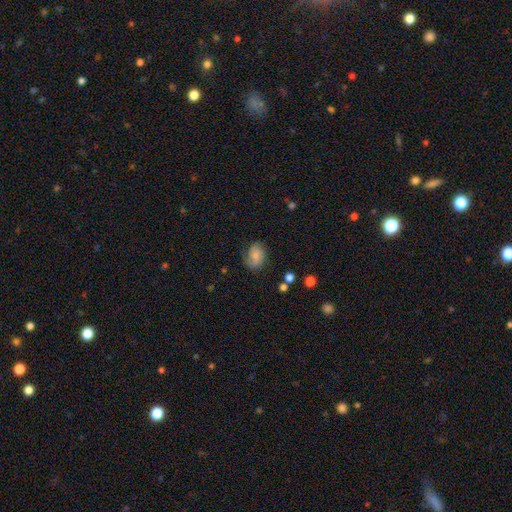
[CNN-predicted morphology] Smooth or featured? Predicted: smooth (p=0.71). How rounded? Predicted: in between (p=0.71). Merging? Predicted: none (p=0.69).